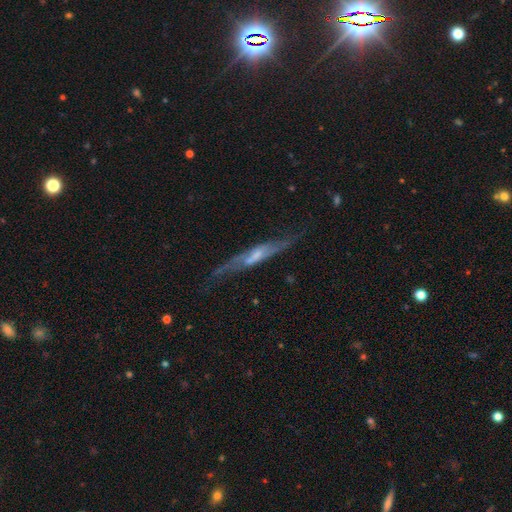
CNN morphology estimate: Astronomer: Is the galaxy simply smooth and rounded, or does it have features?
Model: featured or disk — 72%.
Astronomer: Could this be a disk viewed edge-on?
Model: yes — 67%.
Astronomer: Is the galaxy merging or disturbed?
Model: none — 60%.